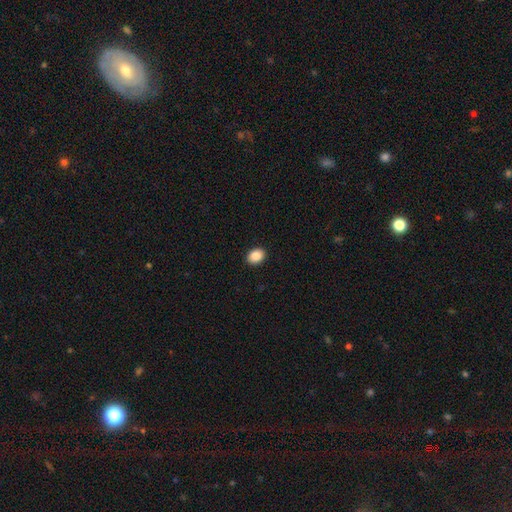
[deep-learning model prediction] Overall: smooth (88%). How rounded: in between (63%; round 36%). Merging: none (91%).